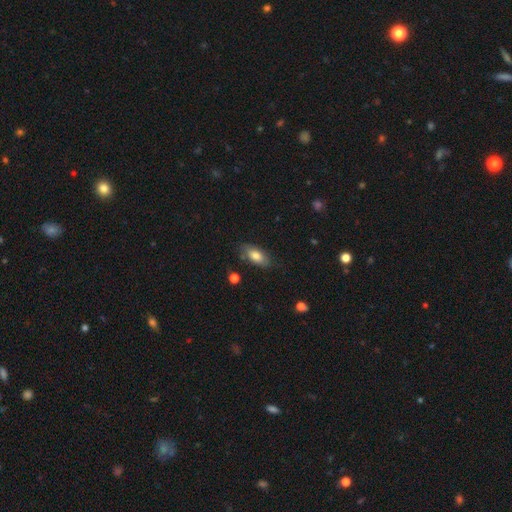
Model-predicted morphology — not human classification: Overall: smooth (77%). How rounded: in between (87%). Merging: none (78%).